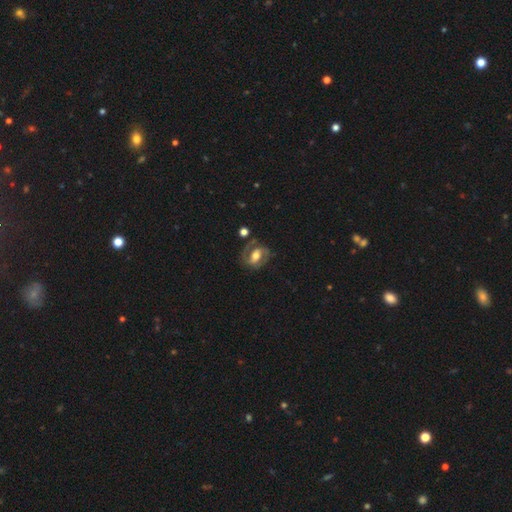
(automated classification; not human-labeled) The model was most divided on "bar": weak: 38%, strong: 35%, no: 27%. More confident: edge-on disk — no (96%); spiral arms — yes (87%); spiral arm count — 2 (85%); smooth or featured — featured or disk (76%); merging — none (71%); bulge size — moderate (63%); spiral winding — medium (50%).